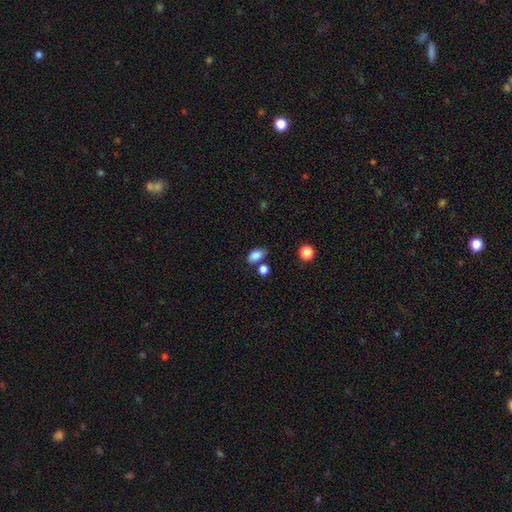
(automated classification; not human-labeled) The model was most divided on "merging": none: 66%, minor disturbance: 17%, merger: 12%, major disturbance: 5%. More confident: how rounded — in between (85%); smooth or featured — smooth (84%).